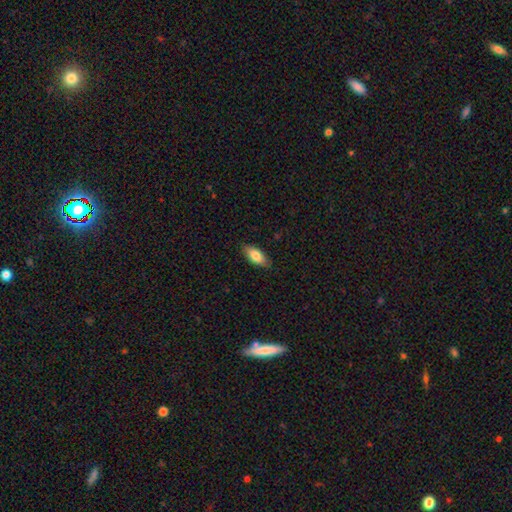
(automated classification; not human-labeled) Smooth or featured? smooth (80%)
How rounded? in between (86%)
Merging? none (85%)